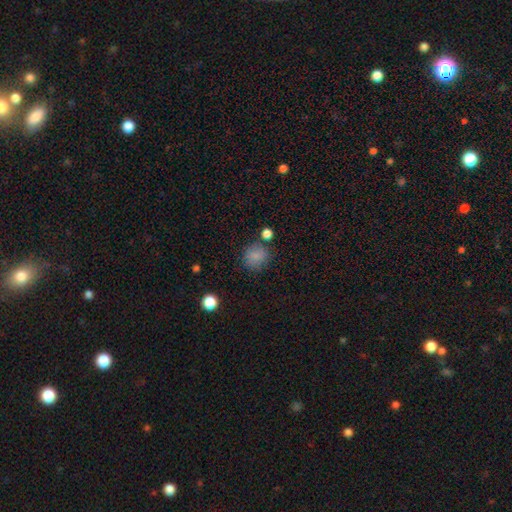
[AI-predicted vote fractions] A smooth galaxy with no disk features (81%) that is round (85%). Merging: none (76%).